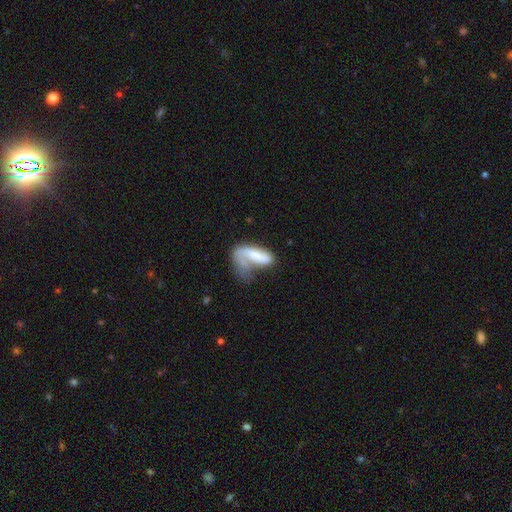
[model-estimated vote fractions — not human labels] smooth-or-featured: smooth: 55% | featured or disk: 38% | star or artifact: 7%
  how-rounded: in between: 74% | cigar-shaped: 23% | round: 3%
  merging: major disturbance: 46% | none: 20% | minor disturbance: 20% | merger: 14%